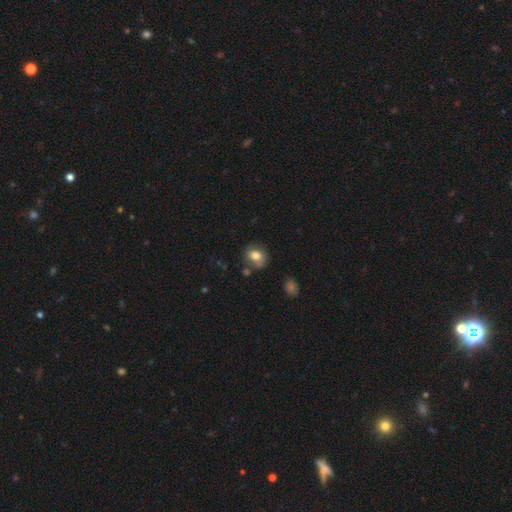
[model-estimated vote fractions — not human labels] smooth_or_featured: smooth (p=0.74) [alt: featured or disk p=0.16]
how_rounded: round (p=0.67) [alt: in between p=0.32]
merging: none (p=0.70) [alt: minor disturbance p=0.18]